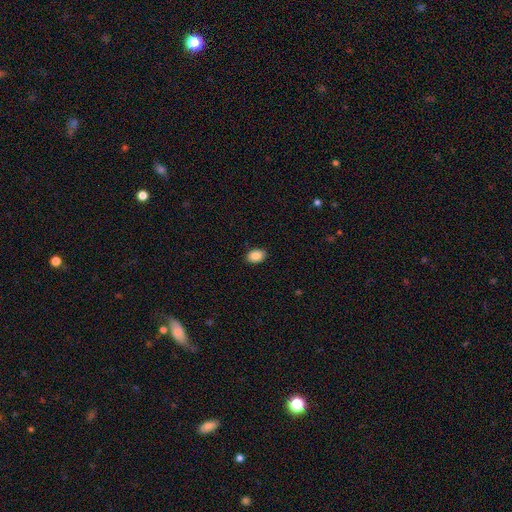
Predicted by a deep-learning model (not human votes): Smooth or featured? smooth (87%)
How rounded? in between (82%)
Merging? none (89%)